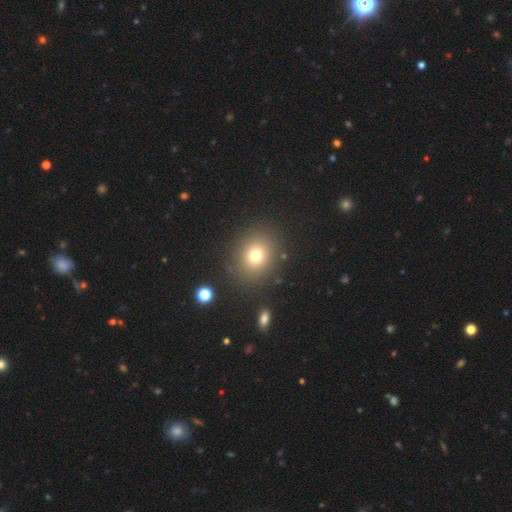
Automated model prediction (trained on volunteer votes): smooth-or-featured: smooth: 74% | star or artifact: 16% | featured or disk: 10%
  how-rounded: round: 74% | in between: 25% | cigar-shaped: 1%
  merging: none: 85% | minor disturbance: 8% | major disturbance: 4% | merger: 3%